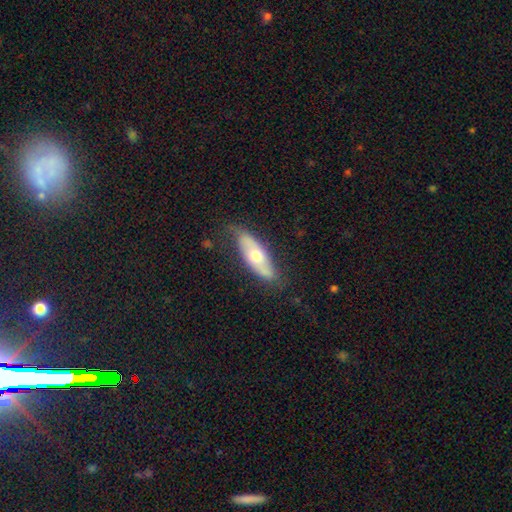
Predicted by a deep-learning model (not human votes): Morphology: type=featured or disk (49%); merging=none (73%).